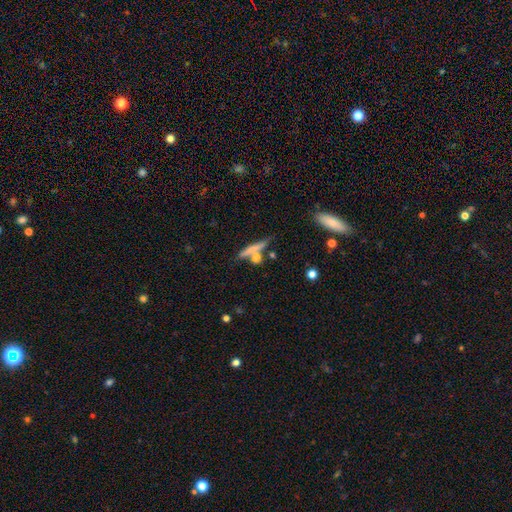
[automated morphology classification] The model was most divided on "merging": none: 49%, merger: 35%, minor disturbance: 11%, major disturbance: 5%. More confident: how rounded — cigar-shaped (73%); smooth or featured — smooth (59%).